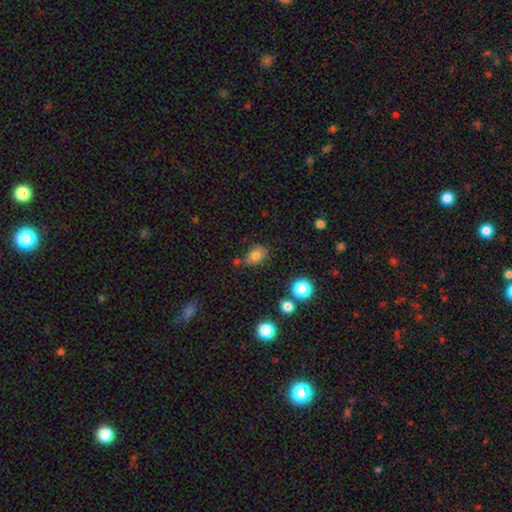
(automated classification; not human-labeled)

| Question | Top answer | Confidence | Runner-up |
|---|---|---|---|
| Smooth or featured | smooth | 80% | star or artifact (11%) |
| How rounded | in between | 78% | round (20%) |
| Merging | none | 70% | minor disturbance (18%) |